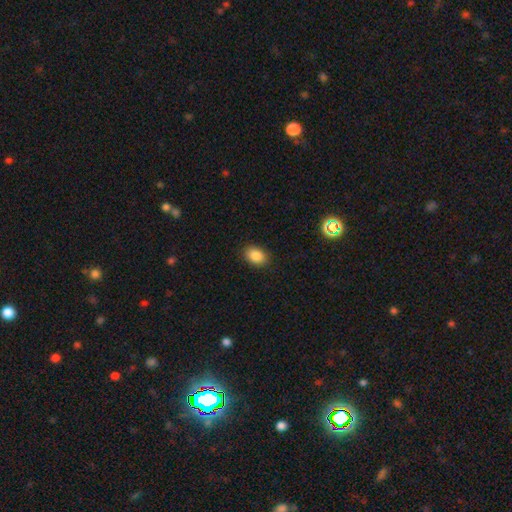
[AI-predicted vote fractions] smooth_or_featured: smooth (p=0.87) [alt: star or artifact p=0.09]
how_rounded: in between (p=0.78) [alt: round p=0.21]
merging: none (p=0.89) [alt: minor disturbance p=0.08]